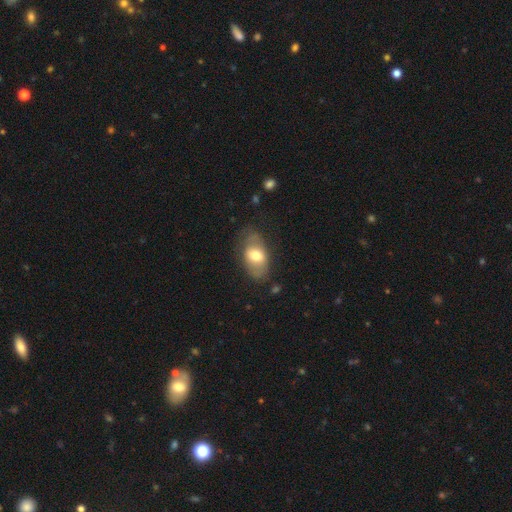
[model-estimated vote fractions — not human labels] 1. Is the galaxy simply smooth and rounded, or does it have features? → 61% smooth, 32% featured or disk, 7% star or artifact.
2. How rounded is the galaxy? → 90% in between, 8% round, 2% cigar-shaped.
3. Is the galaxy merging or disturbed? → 68% none, 21% minor disturbance, 8% major disturbance, 2% merger.